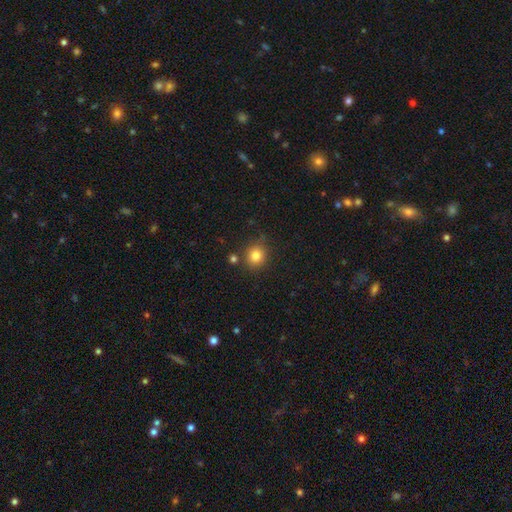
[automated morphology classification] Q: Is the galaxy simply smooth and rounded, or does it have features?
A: smooth — 82%.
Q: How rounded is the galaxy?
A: round — 86%.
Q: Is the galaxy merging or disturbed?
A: none — 81%.